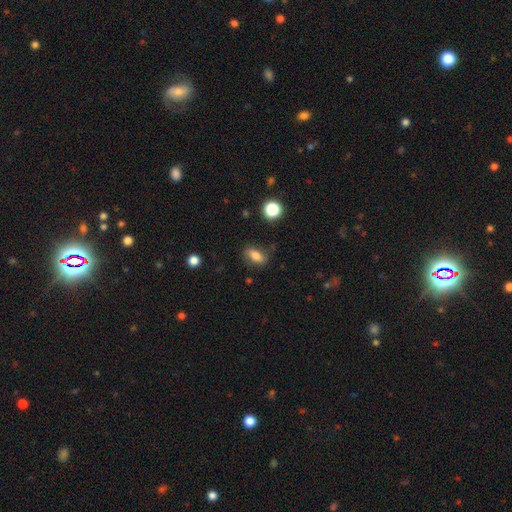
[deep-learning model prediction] Morphology: type=smooth (76%); roundness=in between (78%); merging=none (75%).